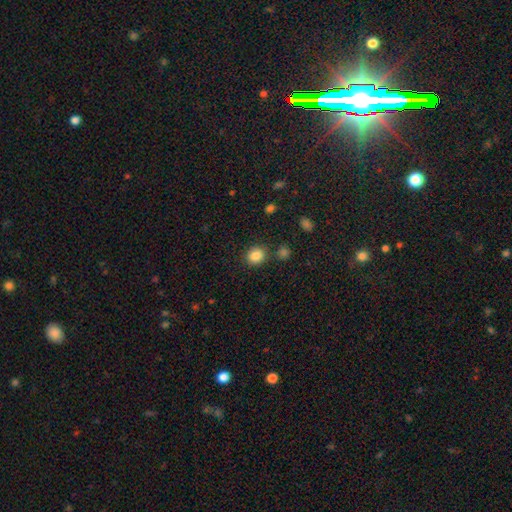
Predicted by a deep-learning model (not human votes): Smooth or featured?
  - smooth: 85% *
  - star or artifact: 10%
  - featured or disk: 4%
How rounded?
  - round: 68% *
  - in between: 31%
  - cigar-shaped: 1%
Merging?
  - none: 82% *
  - minor disturbance: 10%
  - merger: 6%
  - major disturbance: 3%